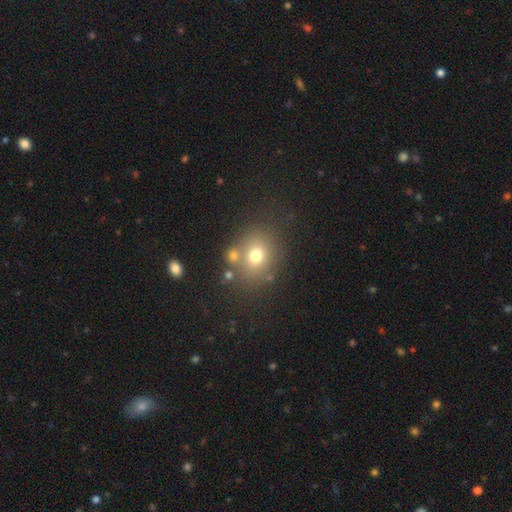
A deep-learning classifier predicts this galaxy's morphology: smooth 70%, star or artifact 17%, featured or disk 13%. Down the decision tree: how rounded — round (66%); merging — none (69%).